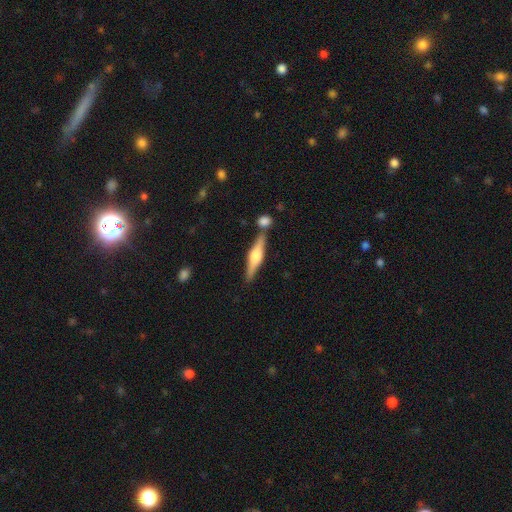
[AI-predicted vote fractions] Morphology: type=featured or disk (66%); edge-on=yes (96%); edge-on bulge=rounded (87%); merging=none (75%).